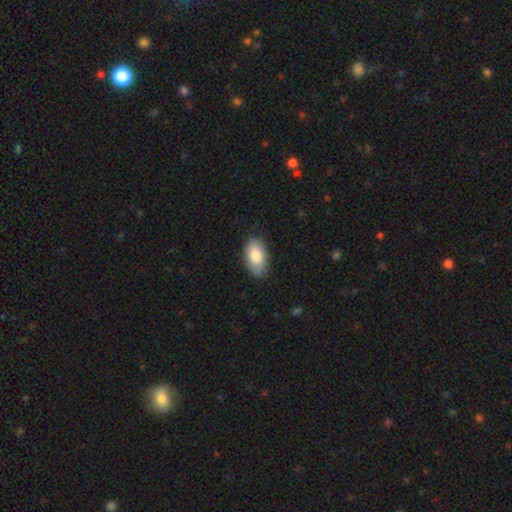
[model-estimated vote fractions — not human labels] Smooth or featured?
  - smooth: 85% *
  - featured or disk: 9%
  - star or artifact: 6%
How rounded?
  - in between: 94% *
  - round: 3%
  - cigar-shaped: 2%
Merging?
  - none: 84% *
  - minor disturbance: 13%
  - major disturbance: 2%
  - merger: 1%